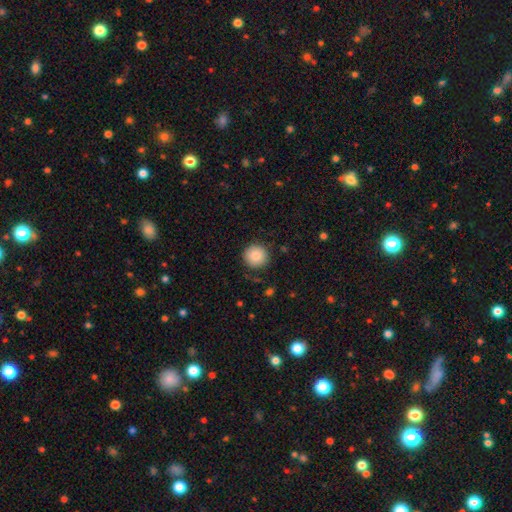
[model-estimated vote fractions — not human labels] A smooth galaxy with no disk features (86%) that is round (95%).

Vote fractions:
- Smooth or featured? smooth: 86% / star or artifact: 8% / featured or disk: 6%
- How rounded? round: 95% / in between: 4% / cigar-shaped: 1%
- Merging? none: 88% / minor disturbance: 8% / major disturbance: 2% / merger: 1%